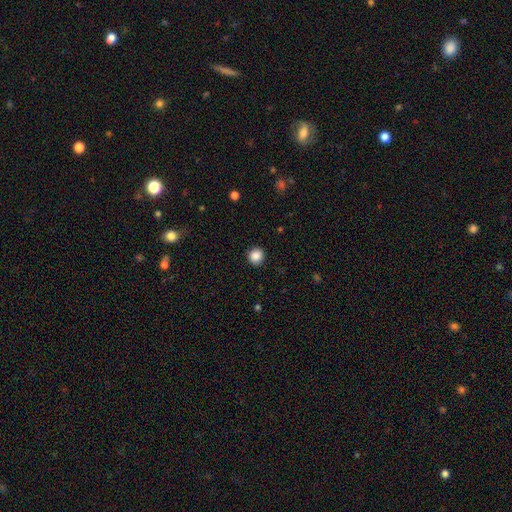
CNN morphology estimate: Overall: smooth (87%). How rounded: round (92%). Merging: none (92%).